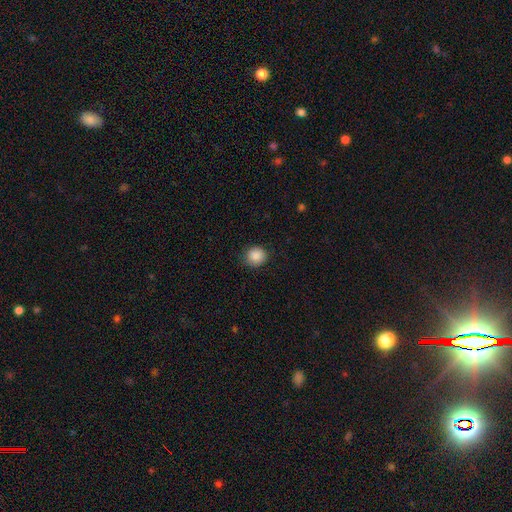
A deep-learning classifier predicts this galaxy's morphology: smooth 88%, star or artifact 9%, featured or disk 3%. Down the decision tree: how rounded — round (85%); merging — none (83%).